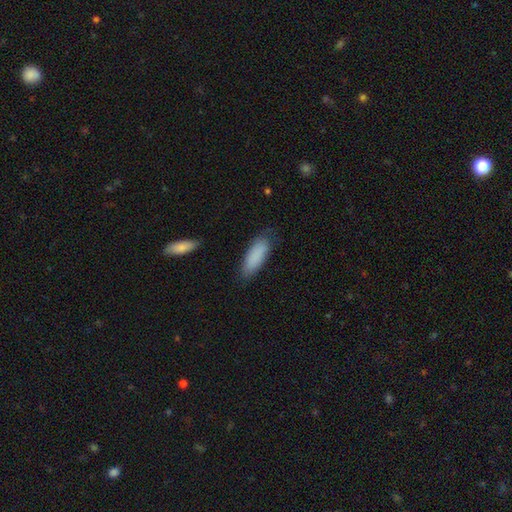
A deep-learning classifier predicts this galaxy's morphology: Q: Smooth or featured?
A: smooth (87%); runner-up: featured or disk (7%)
Q: How rounded?
A: in between (65%); runner-up: cigar-shaped (34%)
Q: Merging?
A: none (77%); runner-up: minor disturbance (18%)